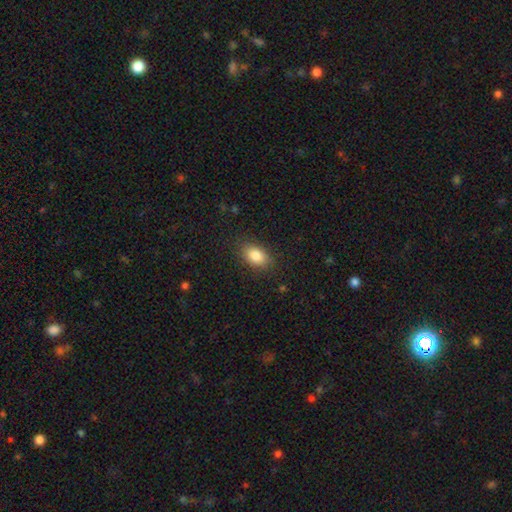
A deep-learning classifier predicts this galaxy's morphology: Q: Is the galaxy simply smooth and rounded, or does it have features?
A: smooth — 85%.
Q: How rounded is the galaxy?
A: in between — 87%.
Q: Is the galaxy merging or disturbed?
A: none — 85%.